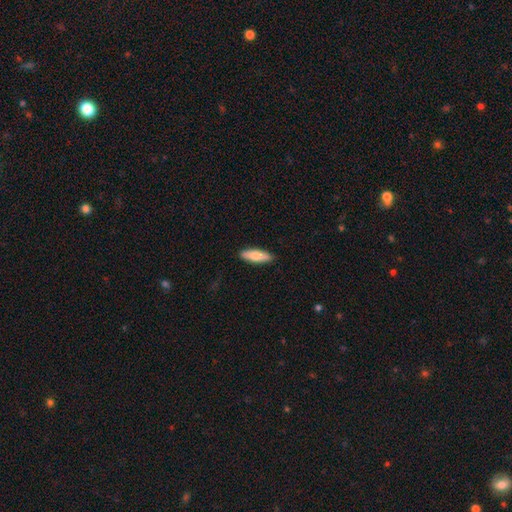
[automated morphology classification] Q: Smooth or featured?
A: smooth (72%); runner-up: featured or disk (23%)
Q: How rounded?
A: in between (52%); runner-up: cigar-shaped (46%)
Q: Merging?
A: none (89%); runner-up: minor disturbance (8%)